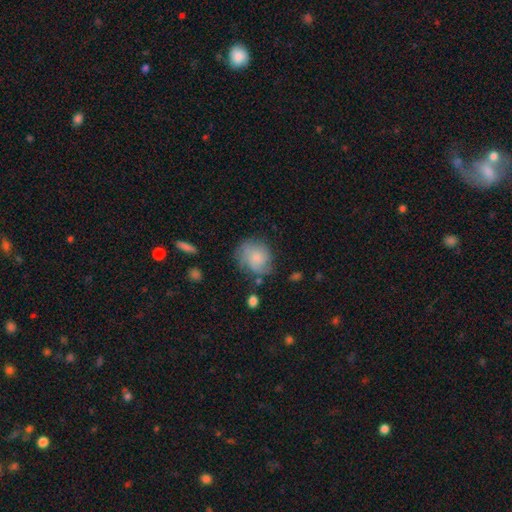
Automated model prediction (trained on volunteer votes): Smooth or featured? smooth (54%)
How rounded? round (66%)
Merging? none (57%)